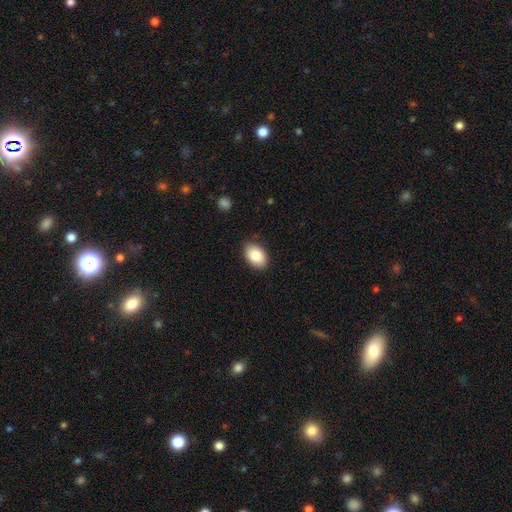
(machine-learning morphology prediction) A smooth galaxy with no disk features (84%) that is in between round and cigar-shaped (86%).

Vote fractions:
- Smooth or featured? smooth: 84% / featured or disk: 9% / star or artifact: 7%
- How rounded? in between: 86% / round: 13% / cigar-shaped: 1%
- Merging? none: 86% / minor disturbance: 11% / major disturbance: 2% / merger: 1%